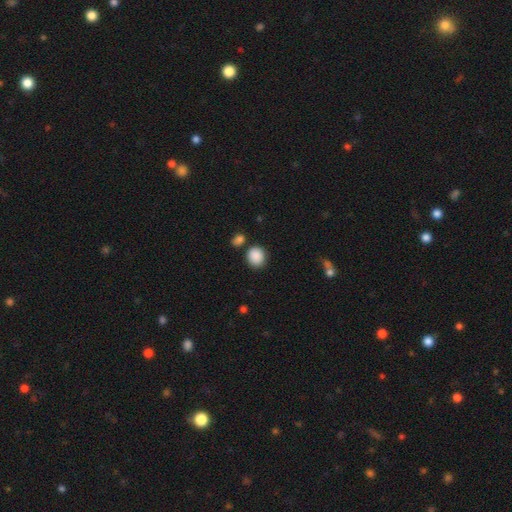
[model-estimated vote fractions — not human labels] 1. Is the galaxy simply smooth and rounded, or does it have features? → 89% smooth, 8% star or artifact, 3% featured or disk.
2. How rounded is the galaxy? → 77% round, 22% in between, 1% cigar-shaped.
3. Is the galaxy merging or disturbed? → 77% none, 11% minor disturbance, 8% merger, 3% major disturbance.